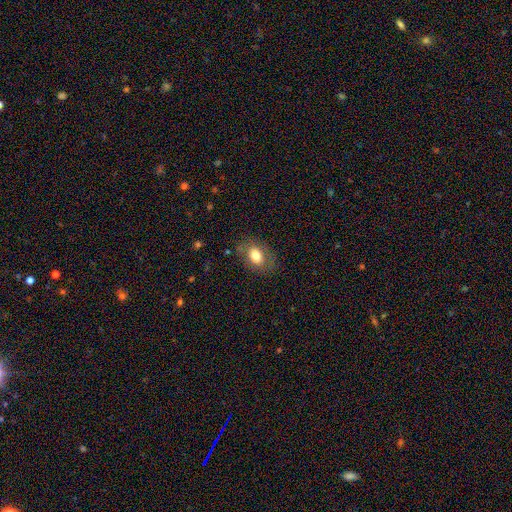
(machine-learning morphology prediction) Smooth or featured? smooth (74%)
How rounded? in between (79%)
Merging? none (76%)